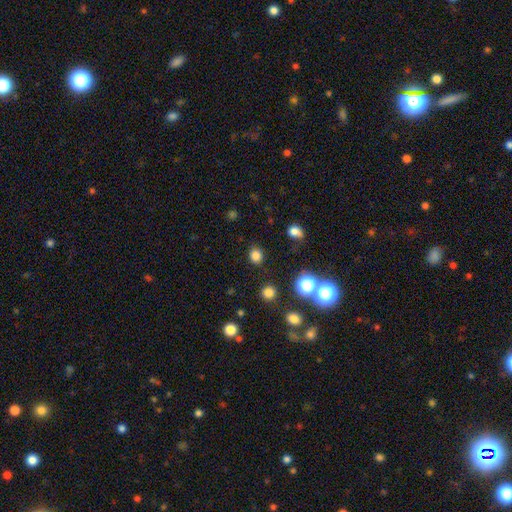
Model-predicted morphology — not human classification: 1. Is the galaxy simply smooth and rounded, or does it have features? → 79% smooth, 17% star or artifact, 4% featured or disk.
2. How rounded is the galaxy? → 76% round, 23% in between, 1% cigar-shaped.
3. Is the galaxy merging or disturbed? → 85% none, 9% minor disturbance, 3% major disturbance, 2% merger.